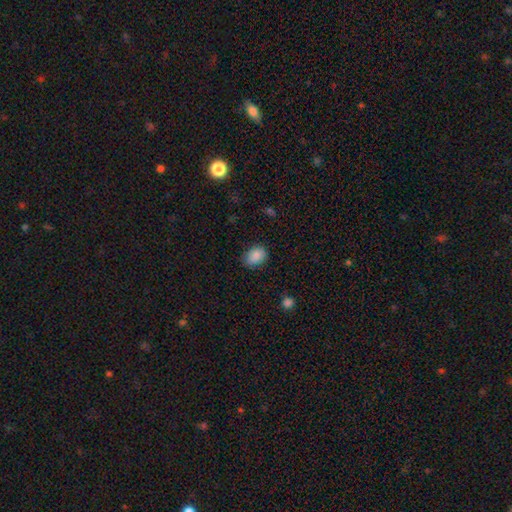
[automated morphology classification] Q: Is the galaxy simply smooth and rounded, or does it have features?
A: smooth — 88%.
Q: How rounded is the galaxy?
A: in between — 72%.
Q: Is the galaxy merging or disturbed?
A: none — 74%.